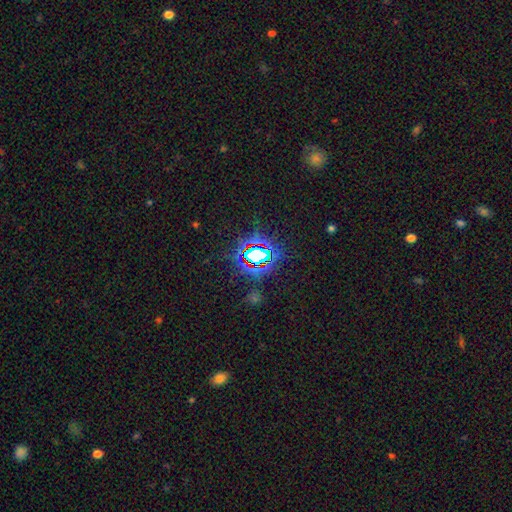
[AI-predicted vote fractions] A star or artifact, not a galaxy (78%).

Vote fractions:
- Smooth or featured? star or artifact: 78% / smooth: 13% / featured or disk: 9%